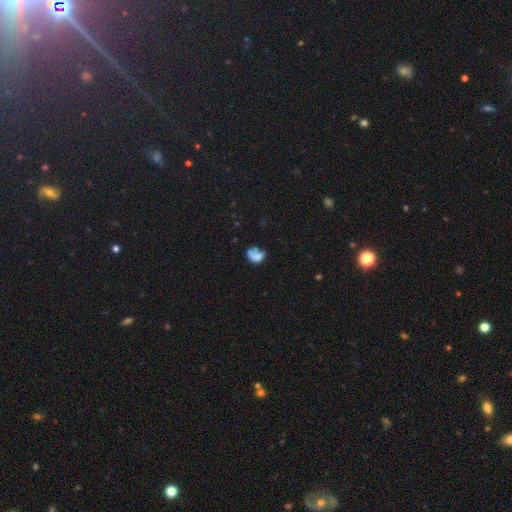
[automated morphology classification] A smooth galaxy with no disk features (65%) that is in between round and cigar-shaped (65%).

Vote fractions:
- Smooth or featured? smooth: 65% / featured or disk: 23% / star or artifact: 12%
- How rounded? in between: 65% / round: 33% / cigar-shaped: 1%
- Merging? none: 33% / minor disturbance: 28% / major disturbance: 25% / merger: 14%